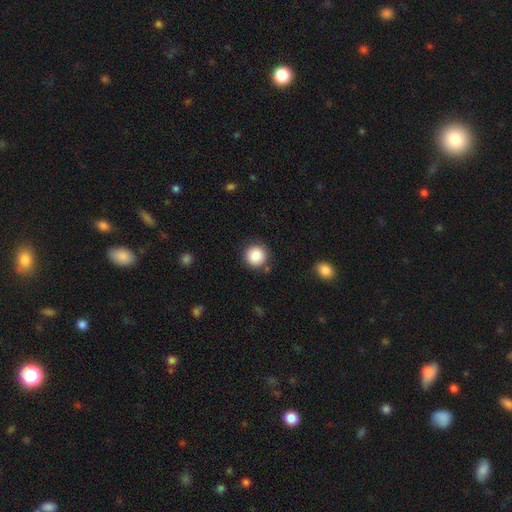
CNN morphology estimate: A smooth galaxy with no disk features (87%) that is round (94%).

Vote fractions:
- Smooth or featured? smooth: 87% / star or artifact: 9% / featured or disk: 4%
- How rounded? round: 94% / in between: 5% / cigar-shaped: 1%
- Merging? none: 86% / minor disturbance: 8% / major disturbance: 3% / merger: 3%